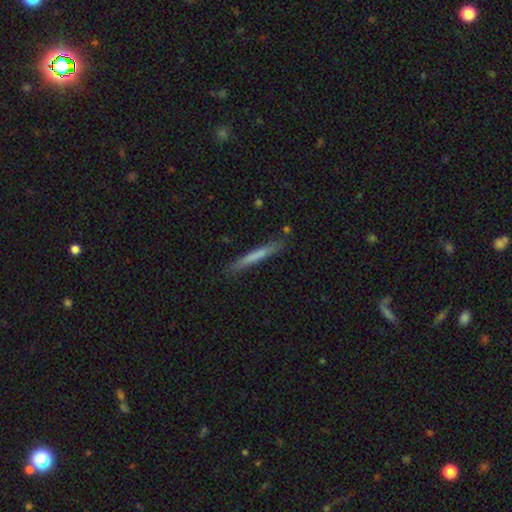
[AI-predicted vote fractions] A smooth galaxy with no disk features (66%) that is cigar-shaped (96%). Merging: none (85%).